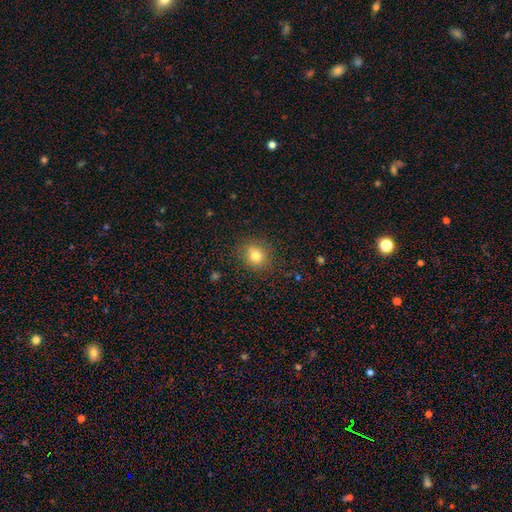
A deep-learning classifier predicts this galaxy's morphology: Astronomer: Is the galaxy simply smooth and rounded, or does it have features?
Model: smooth — 79%.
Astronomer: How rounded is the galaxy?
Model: round — 82%.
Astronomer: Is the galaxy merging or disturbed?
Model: none — 86%.